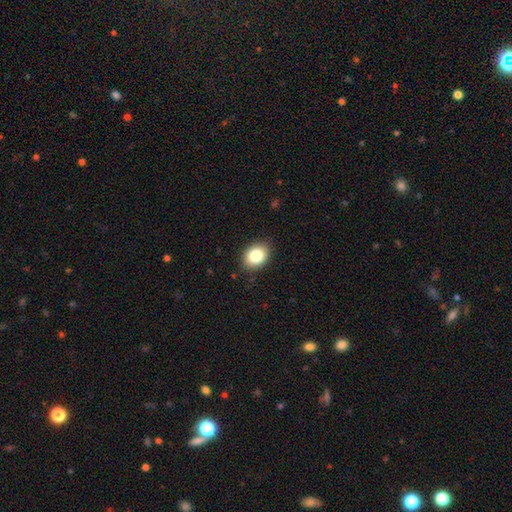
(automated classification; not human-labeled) This appears to be a smooth galaxy with no disk features (84%) that is in between round and cigar-shaped (68%). Merging: none (87%).